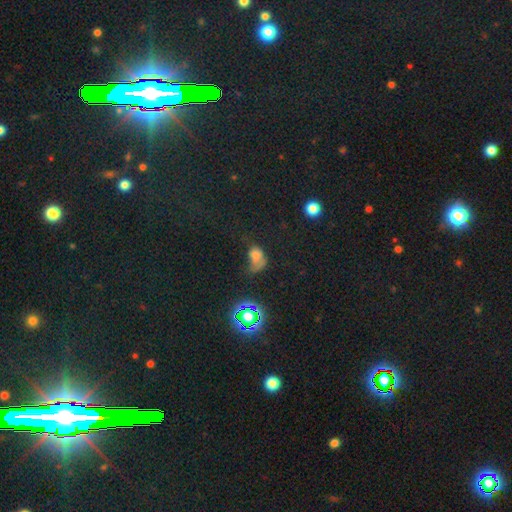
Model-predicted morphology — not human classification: Smooth or featured? Predicted: smooth (p=0.47). Merging? Predicted: major disturbance (p=0.38).